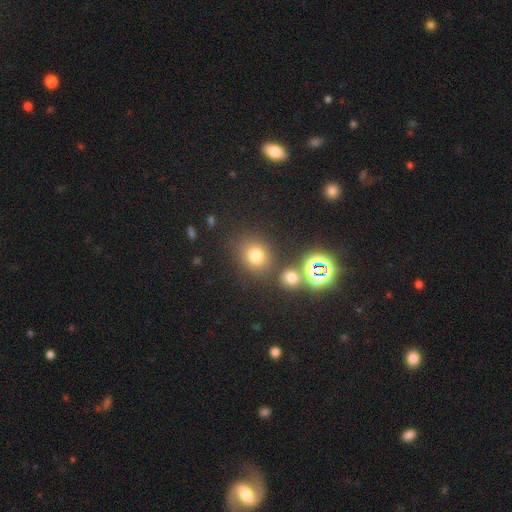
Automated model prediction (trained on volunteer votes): smooth_or_featured: smooth (p=0.70) [alt: star or artifact p=0.22]
how_rounded: round (p=0.74) [alt: in between p=0.25]
merging: none (p=0.76) [alt: minor disturbance p=0.10]